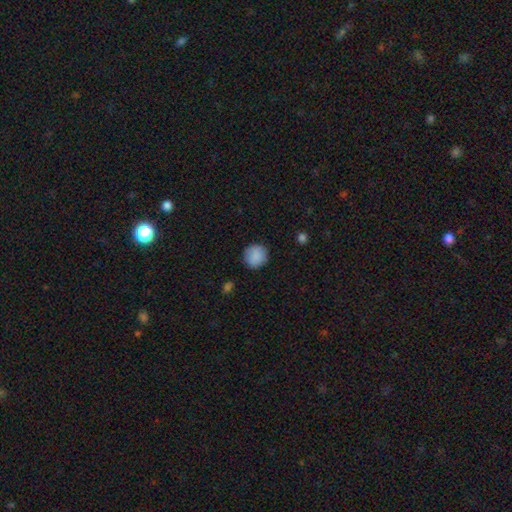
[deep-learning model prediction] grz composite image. It shows a smooth galaxy with no disk features (87%) that is round (90%). Merging: none (86%).